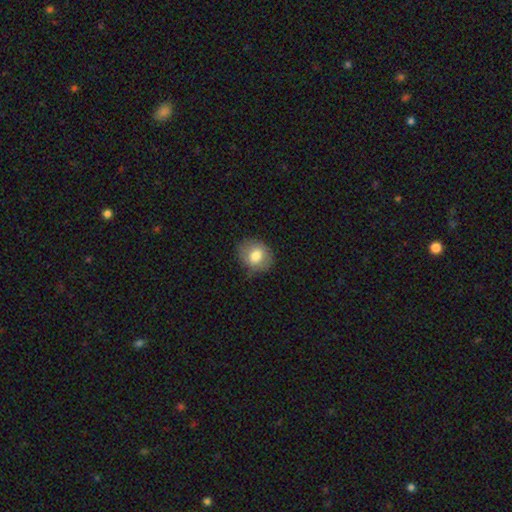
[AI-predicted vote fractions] This appears to be a smooth galaxy with no disk features (77%) that is round (68%). Merging: none (73%).